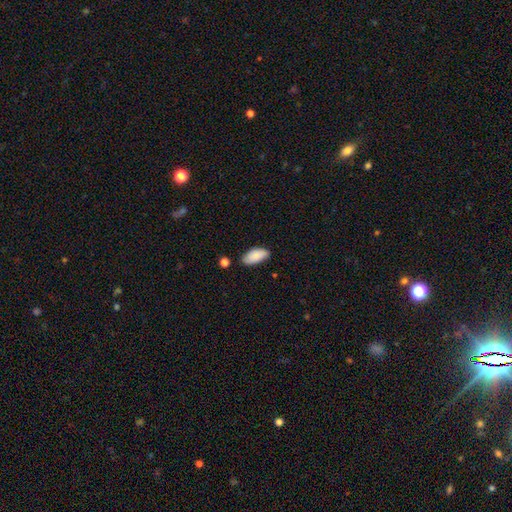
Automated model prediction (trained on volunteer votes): This appears to be a smooth galaxy with no disk features (87%) that is in between round and cigar-shaped (93%). Merging: none (79%).